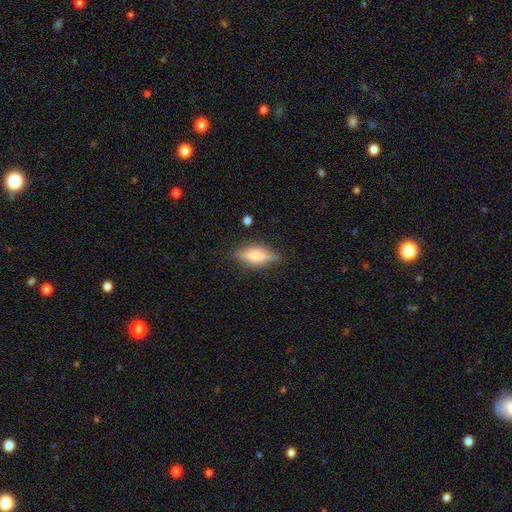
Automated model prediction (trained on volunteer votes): Smooth or featured? Predicted: smooth (p=0.56). How rounded? Predicted: in between (p=0.61). Merging? Predicted: none (p=0.79).